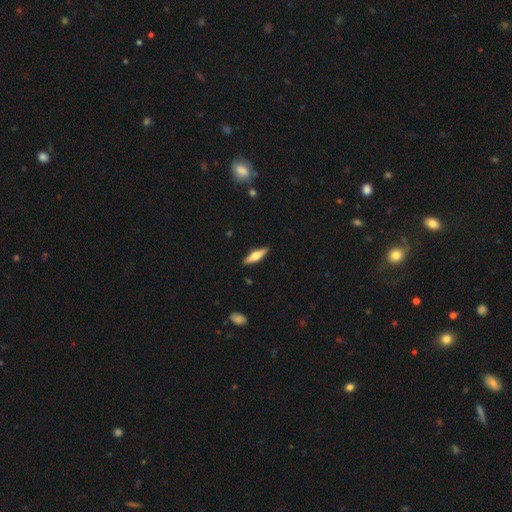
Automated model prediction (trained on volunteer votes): Smooth or featured? Predicted: featured or disk (p=0.54). Edge-on disk? Predicted: yes (p=0.95). Edge-on bulge? Predicted: rounded (p=0.92). Merging? Predicted: none (p=0.90).